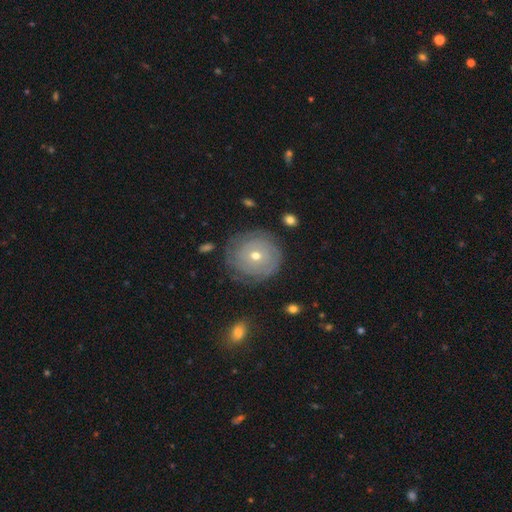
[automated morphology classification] smooth-or-featured: featured or disk: 64% | smooth: 29% | star or artifact: 8%
  disk-edge-on: no: 97% | yes: 3%
    bar: no: 85% | weak: 12% | strong: 3%
    has-spiral-arms: yes: 73% | no: 27%
    bulge-size: moderate: 50% | small: 47% | large: 2% | dominant: 1% | none: 1%
  merging: none: 78% | minor disturbance: 15% | major disturbance: 6% | merger: 2%